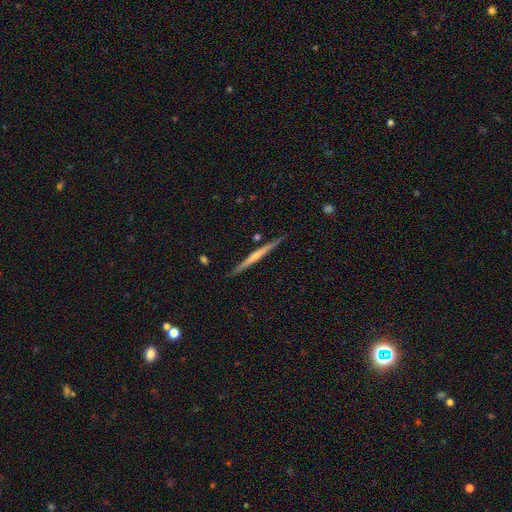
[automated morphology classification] A featured or disk galaxy (60%) viewed edge-on (98%) with no central bulge (57%).

Vote fractions:
- Smooth or featured? featured or disk: 60% / smooth: 34% / star or artifact: 6%
- Edge-on disk? yes: 98% / no: 2%
- Edge-on bulge? none: 57% / rounded: 37% / boxy: 6%
- Merging? none: 86% / minor disturbance: 10% / merger: 2% / major disturbance: 2%